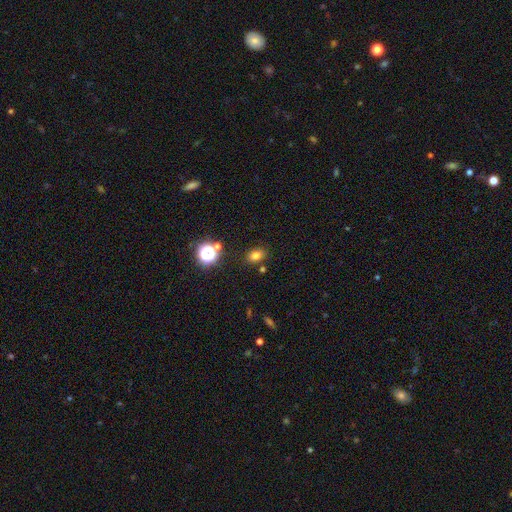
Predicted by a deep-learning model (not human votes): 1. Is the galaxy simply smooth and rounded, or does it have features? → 76% smooth, 17% star or artifact, 8% featured or disk.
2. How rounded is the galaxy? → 69% in between, 30% round, 1% cigar-shaped.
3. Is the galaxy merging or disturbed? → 81% none, 11% minor disturbance, 5% merger, 3% major disturbance.